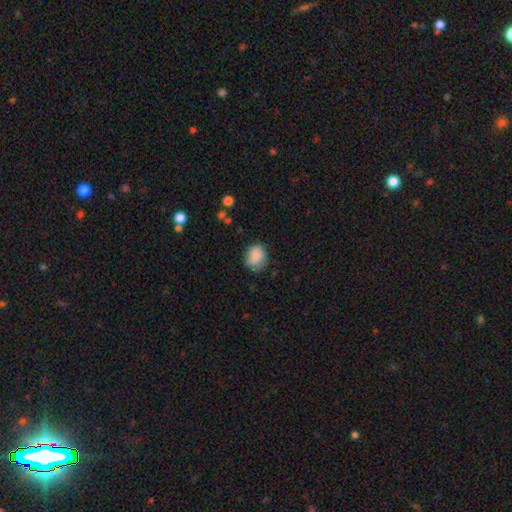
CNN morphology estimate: This appears to be a smooth galaxy with no disk features (84%) that is in between round and cigar-shaped (50%). Merging: none (62%).